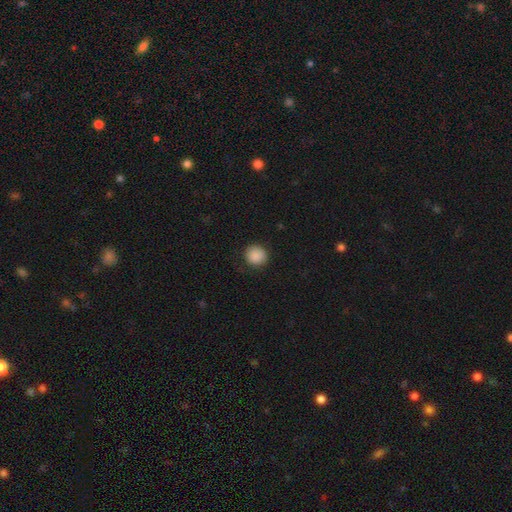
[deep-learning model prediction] smooth 89%, star or artifact 9%, featured or disk 3%. Down the decision tree: how rounded — round (92%); merging — none (89%).